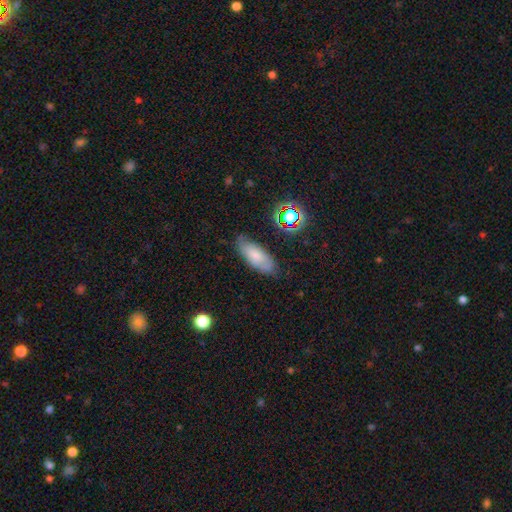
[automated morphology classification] Smooth or featured? Predicted: smooth (p=0.65). How rounded? Predicted: in between (p=0.79). Merging? Predicted: none (p=0.71).